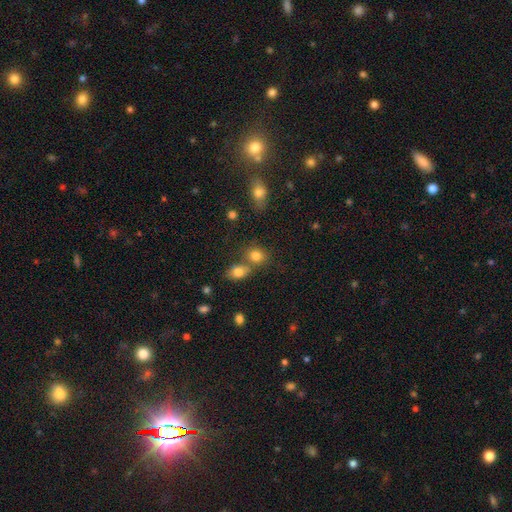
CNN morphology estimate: Smooth or featured? smooth (80%)
How rounded? round (61%)
Merging? none (53%)